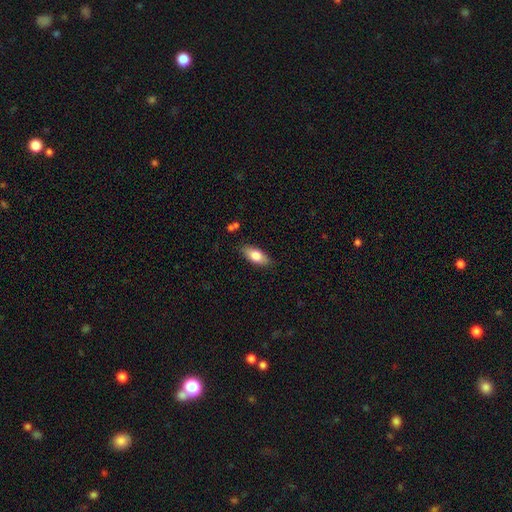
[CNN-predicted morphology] A smooth galaxy with no disk features (77%) that is in between round and cigar-shaped (83%). Merging: none (85%).